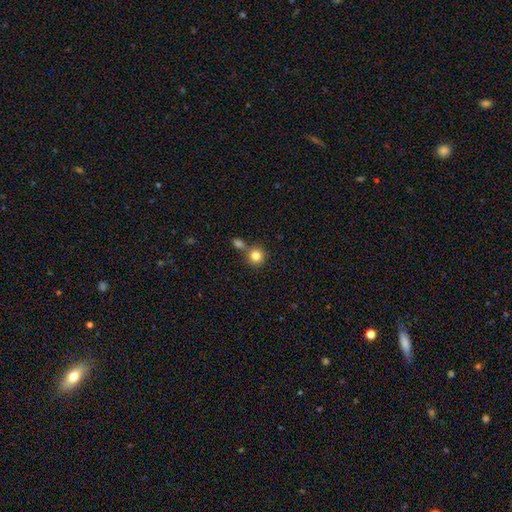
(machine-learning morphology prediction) smooth_or_featured: smooth (p=0.82) [alt: star or artifact p=0.10]
how_rounded: round (p=0.90) [alt: in between p=0.09]
merging: none (p=0.64) [alt: merger p=0.24]